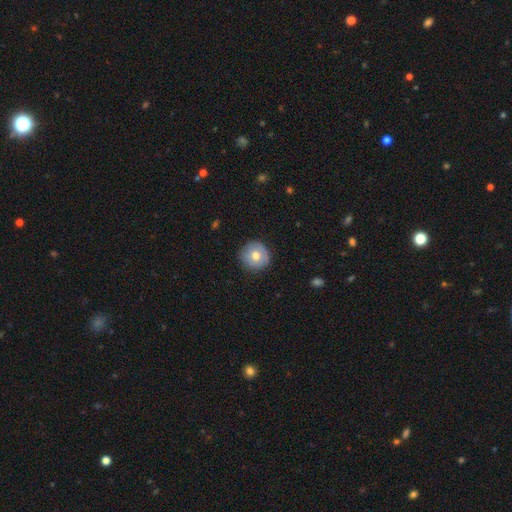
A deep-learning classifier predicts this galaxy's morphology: smooth_or_featured: smooth (p=0.69) [alt: featured or disk p=0.23]
how_rounded: round (p=0.95) [alt: in between p=0.04]
merging: none (p=0.87) [alt: minor disturbance p=0.10]